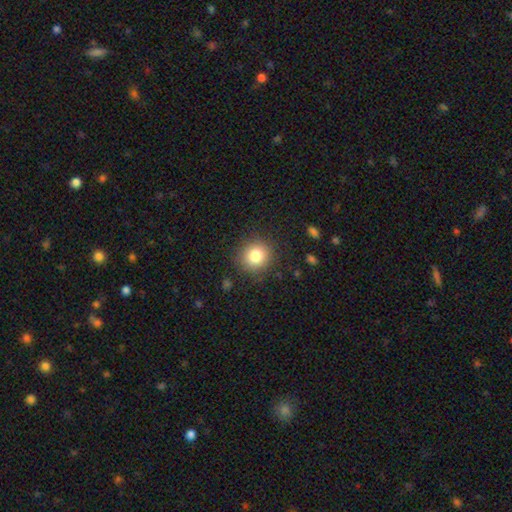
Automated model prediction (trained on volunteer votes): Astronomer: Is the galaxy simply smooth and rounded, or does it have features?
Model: smooth — 82%.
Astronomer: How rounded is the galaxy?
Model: round — 88%.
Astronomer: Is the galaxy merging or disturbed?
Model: none — 87%.